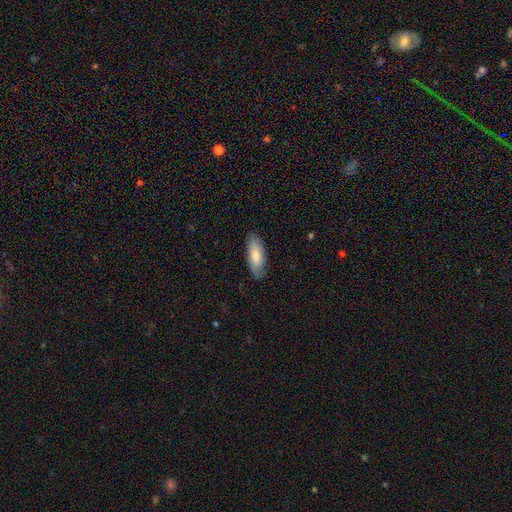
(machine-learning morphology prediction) Smooth or featured? Predicted: smooth (p=0.74). How rounded? Predicted: in between (p=0.72). Merging? Predicted: none (p=0.81).